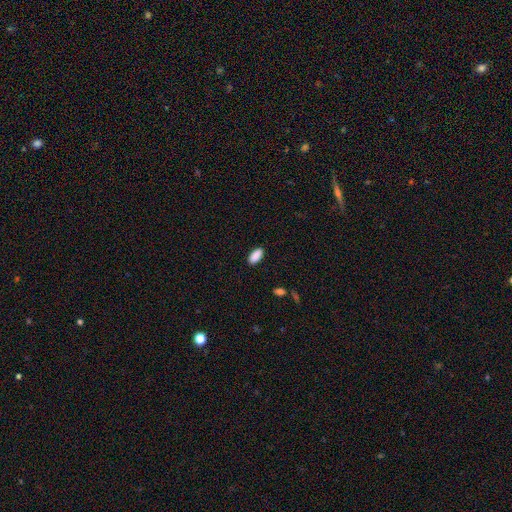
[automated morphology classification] Smooth or featured: smooth — 90% (star or artifact — 7%)
How rounded: in between — 89% (cigar-shaped — 9%)
Merging: none — 88% (minor disturbance — 8%)